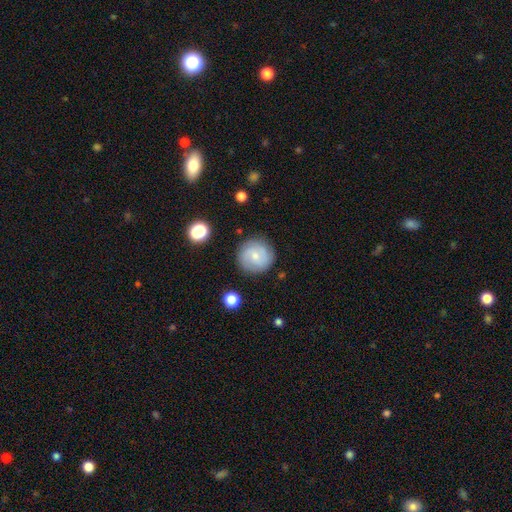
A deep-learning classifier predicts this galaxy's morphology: This is possibly a featured or disk galaxy (47%). Merging: clearly none (85%).